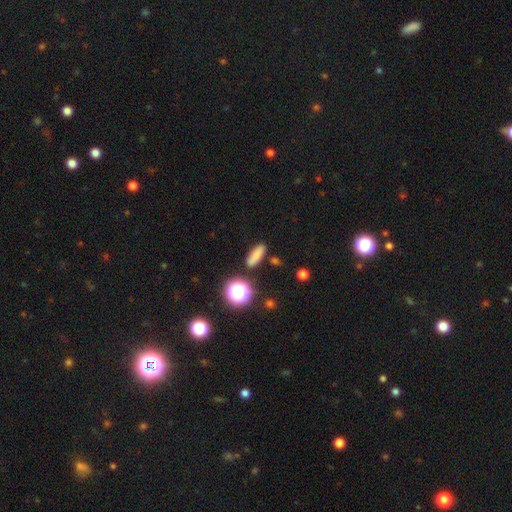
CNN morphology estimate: This appears to be a smooth galaxy with no disk features (78%) that is in between round and cigar-shaped (46%). Merging: none (83%).